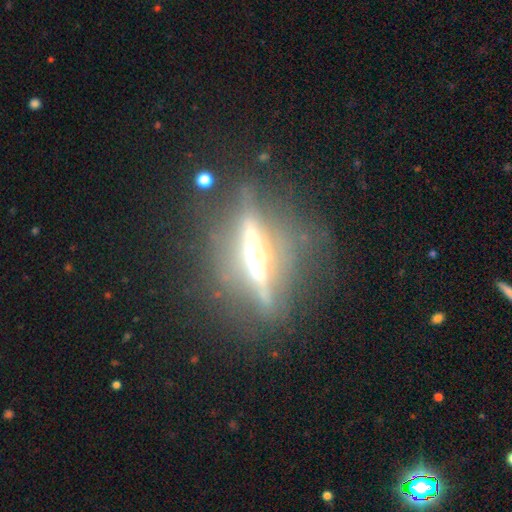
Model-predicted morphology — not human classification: A featured or disk galaxy (81%) viewed edge-on (86%) with a rounded central bulge (87%). Merging: none (67%).